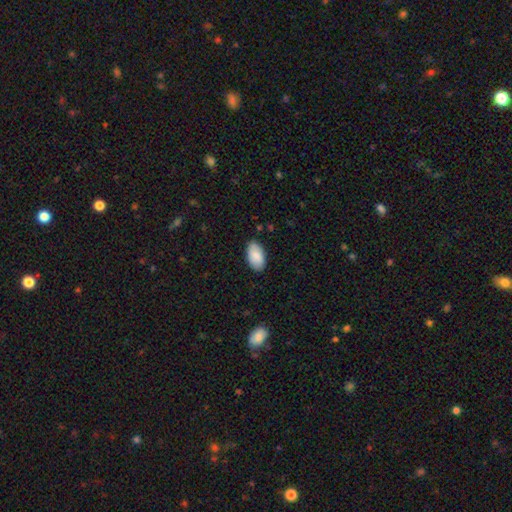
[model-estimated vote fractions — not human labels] The model was most divided on "merging": none: 86%, minor disturbance: 11%, major disturbance: 2%, merger: 1%. More confident: how rounded — in between (96%); smooth or featured — smooth (89%).